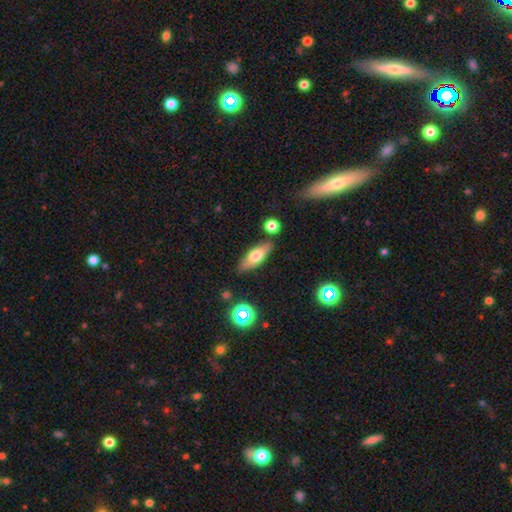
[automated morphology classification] This appears to be a smooth galaxy with no disk features (62%) that is in between round and cigar-shaped (63%). Merging: none (81%).